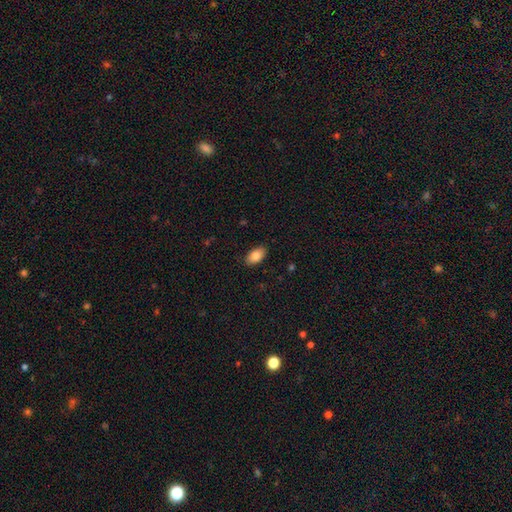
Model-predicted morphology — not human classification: The model was most divided on "smooth or featured": smooth: 85%, featured or disk: 8%, star or artifact: 7%. More confident: how rounded — in between (94%); merging — none (88%).